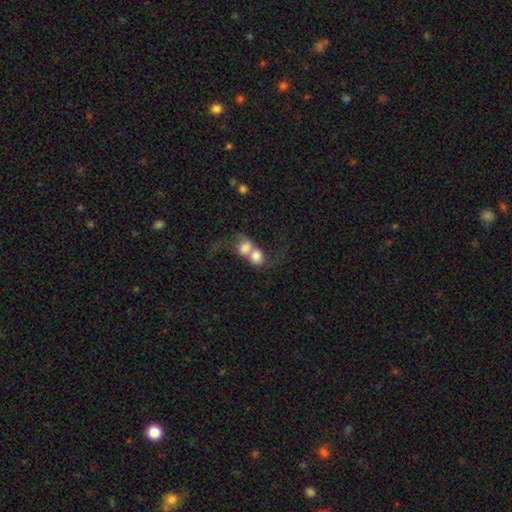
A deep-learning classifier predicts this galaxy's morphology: The model was most divided on "how rounded": round: 62%, in between: 37%, cigar-shaped: 2%. More confident: merging — merger (82%); smooth or featured — smooth (64%).